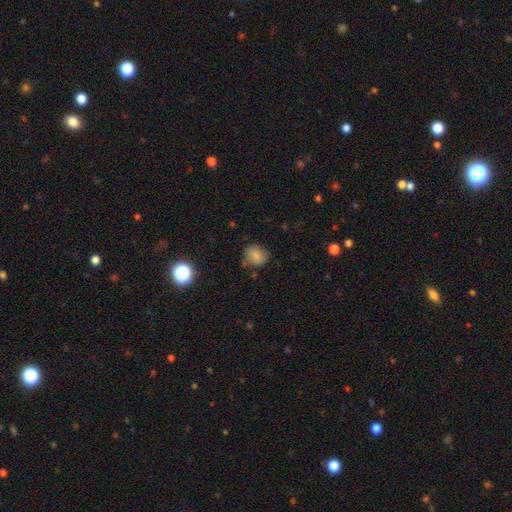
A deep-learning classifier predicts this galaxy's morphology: smooth 80%, star or artifact 11%, featured or disk 8%. Down the decision tree: how rounded — round (62%); merging — none (72%).